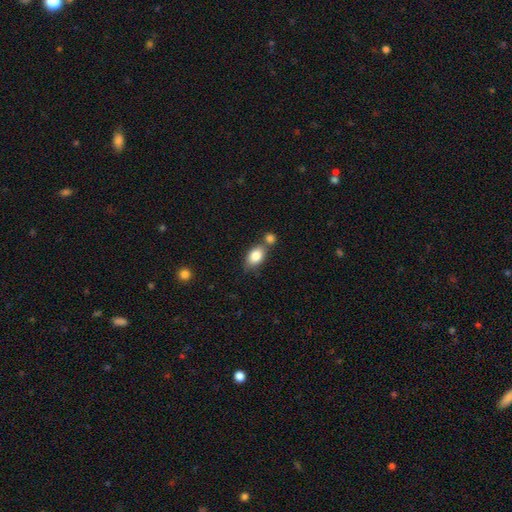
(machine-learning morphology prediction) Smooth or featured: smooth — 83% (featured or disk — 10%)
How rounded: in between — 83% (round — 15%)
Merging: none — 53% (merger — 31%)